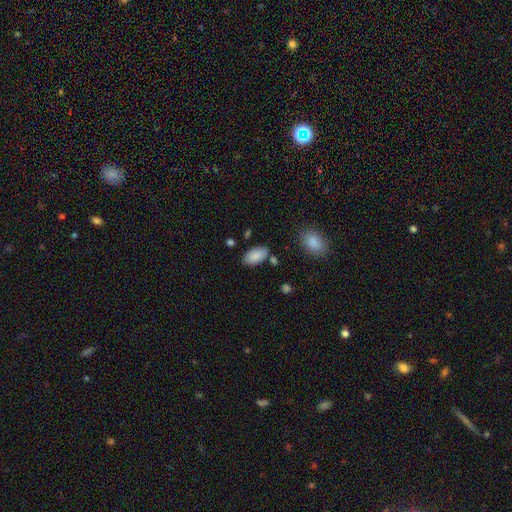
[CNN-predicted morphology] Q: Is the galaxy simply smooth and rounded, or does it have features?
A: smooth — 88%.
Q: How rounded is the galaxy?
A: in between — 94%.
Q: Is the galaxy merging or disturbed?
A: none — 79%.